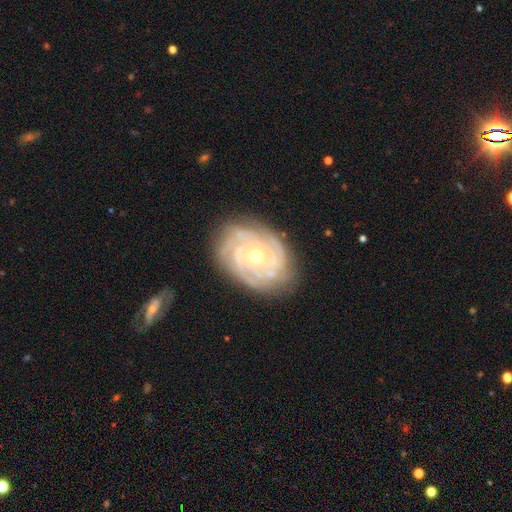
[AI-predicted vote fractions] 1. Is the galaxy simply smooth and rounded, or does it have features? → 87% featured or disk, 7% smooth, 6% star or artifact.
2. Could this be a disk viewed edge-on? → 97% no, 3% yes.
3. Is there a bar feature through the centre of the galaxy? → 75% no, 20% weak, 5% strong.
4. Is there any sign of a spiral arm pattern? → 97% yes, 3% no.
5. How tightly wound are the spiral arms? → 78% tight, 19% medium, 4% loose.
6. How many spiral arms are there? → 28% can't tell, 25% 4, 20% 3, 12% more than 4, 10% 2, 6% 1.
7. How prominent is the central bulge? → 49% small, 48% moderate, 2% large, 1% none, 1% dominant.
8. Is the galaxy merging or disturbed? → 79% none, 15% minor disturbance, 5% major disturbance, 2% merger.